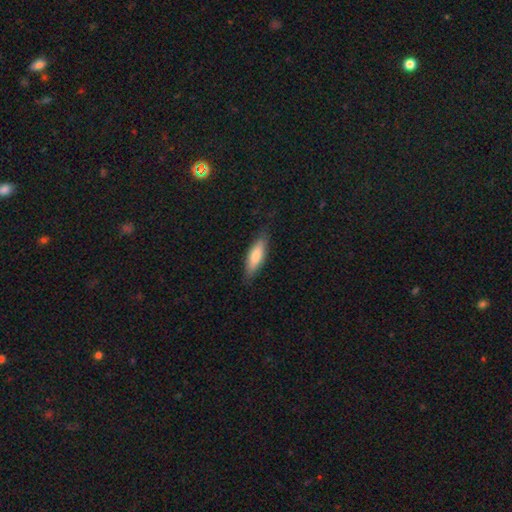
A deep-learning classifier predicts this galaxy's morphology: Smooth or featured? Predicted: smooth (p=0.75). How rounded? Predicted: cigar-shaped (p=0.52). Merging? Predicted: none (p=0.82).